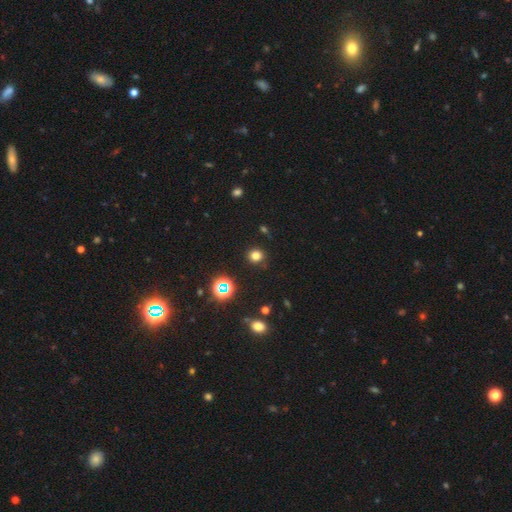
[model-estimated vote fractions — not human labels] smooth_or_featured: smooth (p=0.75) [alt: star or artifact p=0.20]
how_rounded: round (p=0.86) [alt: in between p=0.13]
merging: none (p=0.89) [alt: minor disturbance p=0.07]